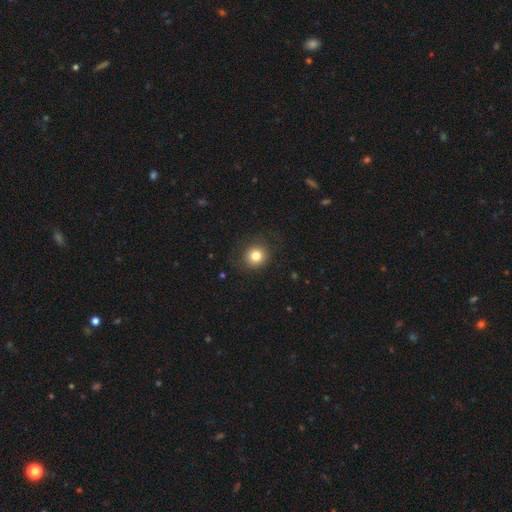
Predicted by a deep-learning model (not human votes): Smooth or featured?
  - smooth: 81% *
  - star or artifact: 11%
  - featured or disk: 7%
How rounded?
  - round: 89% *
  - in between: 10%
  - cigar-shaped: 1%
Merging?
  - none: 86% *
  - minor disturbance: 10%
  - major disturbance: 4%
  - merger: 1%